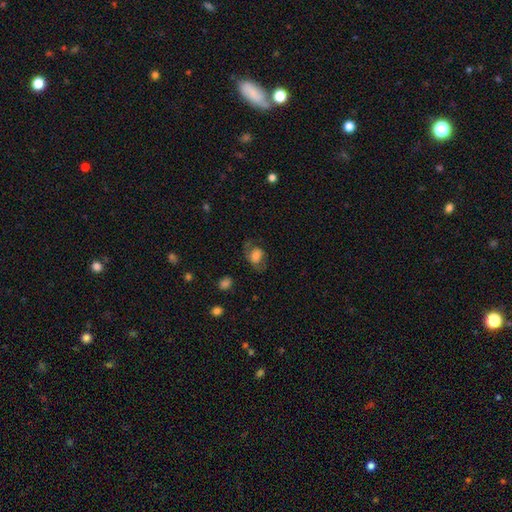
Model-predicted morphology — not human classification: The model was most divided on "merging": none: 53%, minor disturbance: 24%, major disturbance: 21%, merger: 2%. More confident: how rounded — in between (66%); smooth or featured — smooth (63%).